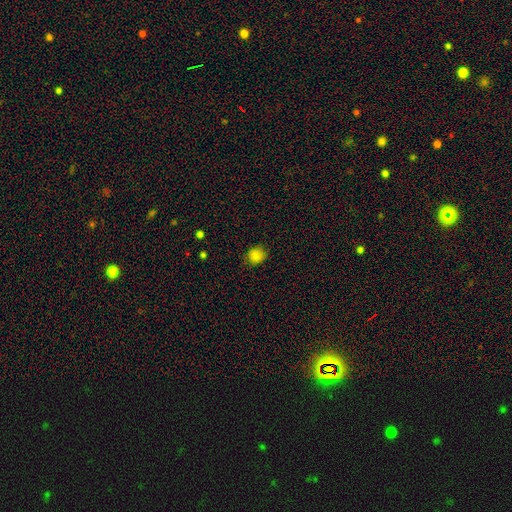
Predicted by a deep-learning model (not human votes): Smooth or featured? Predicted: smooth (p=0.82). How rounded? Predicted: round (p=0.76). Merging? Predicted: none (p=0.80).